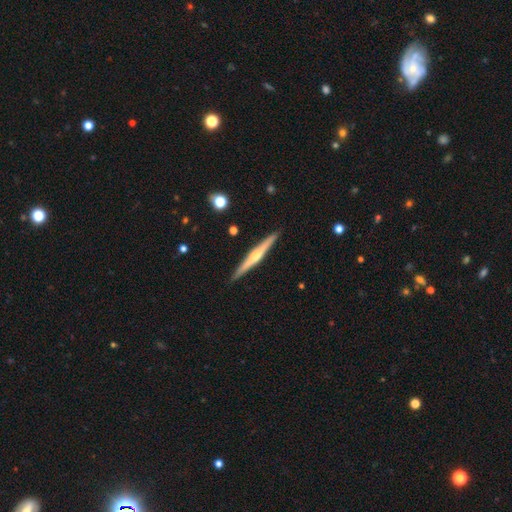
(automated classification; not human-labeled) Smooth or featured?
  - featured or disk: 72% *
  - smooth: 23%
  - star or artifact: 5%
Edge-on disk?
  - yes: 98% *
  - no: 2%
Edge-on bulge?
  - rounded: 81% *
  - none: 13%
  - boxy: 6%
Merging?
  - none: 92% *
  - minor disturbance: 6%
  - major disturbance: 1%
  - merger: 1%